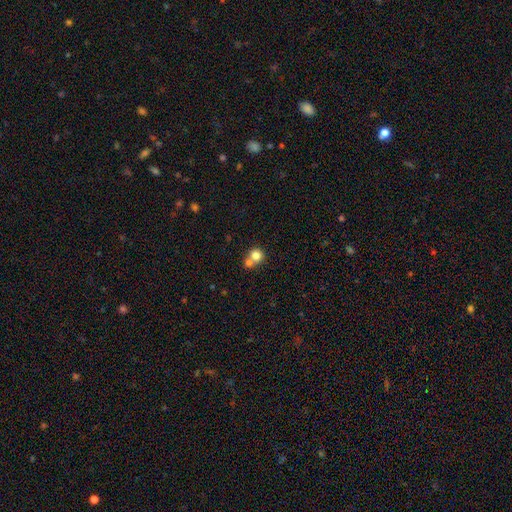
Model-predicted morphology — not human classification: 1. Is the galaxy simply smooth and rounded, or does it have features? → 78% smooth, 11% featured or disk, 10% star or artifact.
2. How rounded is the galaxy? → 87% round, 12% in between, 1% cigar-shaped.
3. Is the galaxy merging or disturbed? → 53% merger, 39% none, 6% minor disturbance, 3% major disturbance.